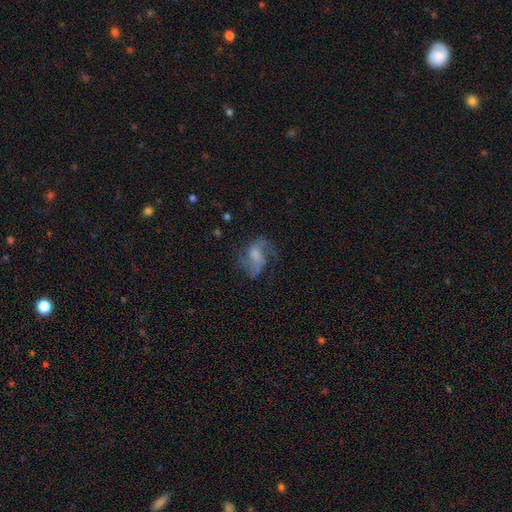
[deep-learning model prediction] Q: Smooth or featured?
A: featured or disk (66%); runner-up: smooth (25%)
Q: Edge-on disk?
A: no (97%); runner-up: yes (3%)
Q: Bar?
A: no (49%); runner-up: weak (40%)
Q: Spiral arms?
A: yes (83%); runner-up: no (17%)
Q: Spiral winding?
A: loose (50%); runner-up: medium (40%)
Q: Spiral arm count?
A: 2 (69%); runner-up: can't tell (12%)
Q: Bulge size?
A: moderate (36%); runner-up: small (24%)
Q: Merging?
A: none (50%); runner-up: major disturbance (27%)